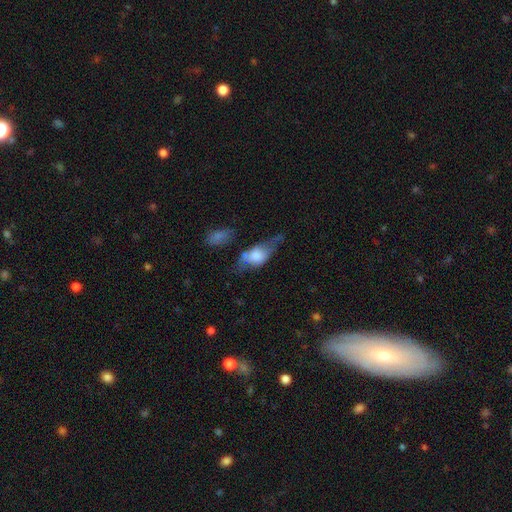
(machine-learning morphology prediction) Smooth or featured?
  - smooth: 56% *
  - featured or disk: 37%
  - star or artifact: 7%
How rounded?
  - in between: 79% *
  - cigar-shaped: 12%
  - round: 8%
Merging?
  - none: 42% *
  - minor disturbance: 30%
  - major disturbance: 18%
  - merger: 10%